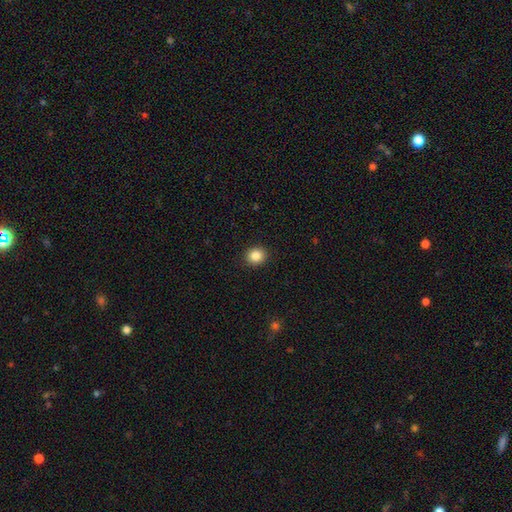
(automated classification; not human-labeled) Smooth or featured? Predicted: smooth (p=0.86). How rounded? Predicted: round (p=0.77). Merging? Predicted: none (p=0.91).